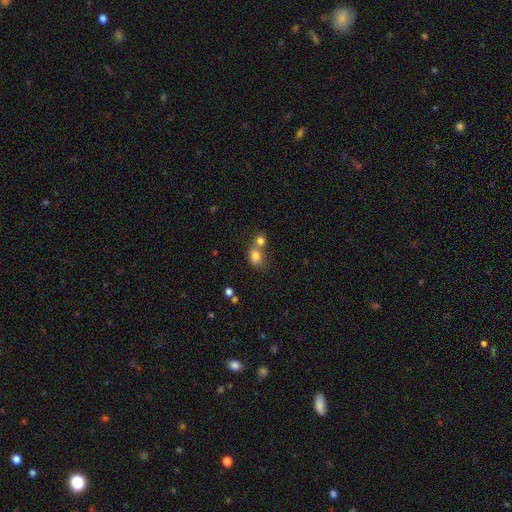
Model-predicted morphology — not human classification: Q: Smooth or featured?
A: smooth (78%); runner-up: star or artifact (11%)
Q: How rounded?
A: round (55%); runner-up: in between (44%)
Q: Merging?
A: merger (54%); runner-up: none (34%)